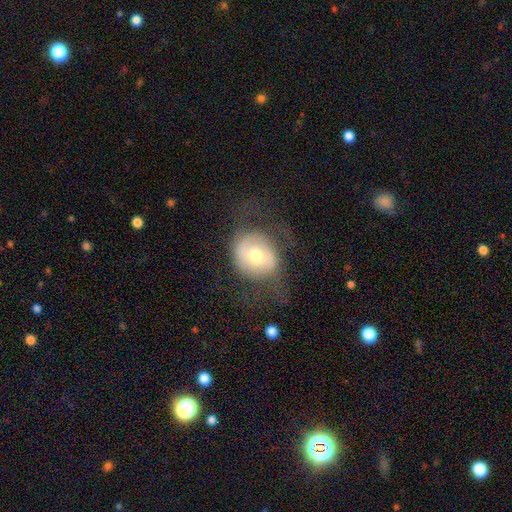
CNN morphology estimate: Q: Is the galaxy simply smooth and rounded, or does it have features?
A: smooth — 48%.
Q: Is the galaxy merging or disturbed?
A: none — 56%.